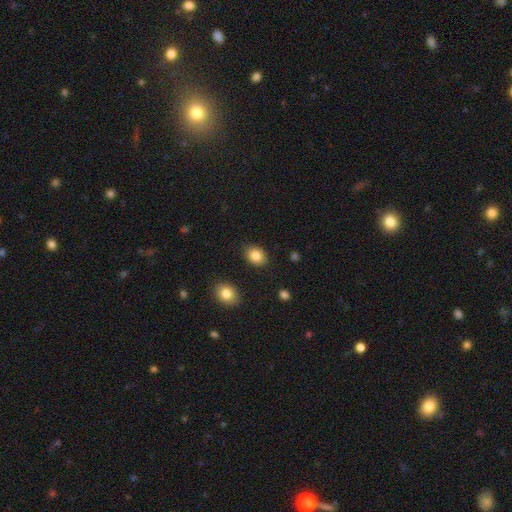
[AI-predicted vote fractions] The model was most divided on "how rounded": in between: 62%, round: 37%, cigar-shaped: 1%. More confident: merging — none (87%); smooth or featured — smooth (85%).